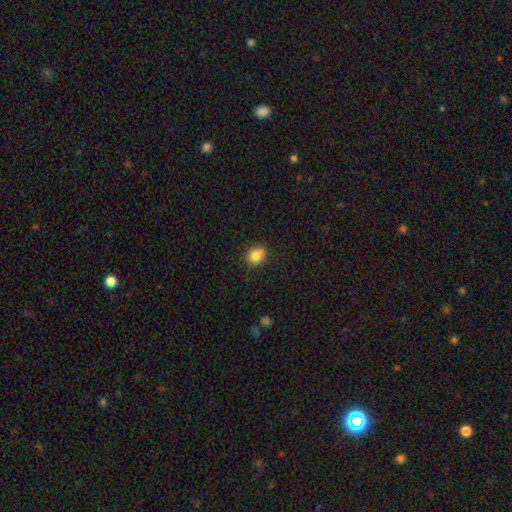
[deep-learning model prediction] Q: Smooth or featured?
A: smooth (84%); runner-up: star or artifact (10%)
Q: How rounded?
A: round (57%); runner-up: in between (42%)
Q: Merging?
A: none (80%); runner-up: minor disturbance (15%)